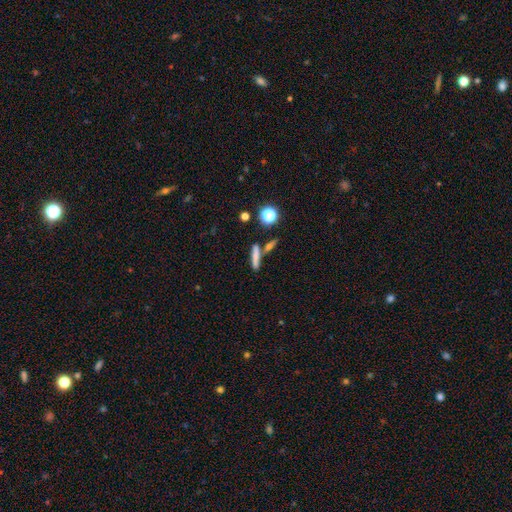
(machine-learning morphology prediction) Q: Smooth or featured?
A: smooth (70%); runner-up: featured or disk (18%)
Q: How rounded?
A: cigar-shaped (81%); runner-up: in between (12%)
Q: Merging?
A: none (64%); runner-up: merger (20%)